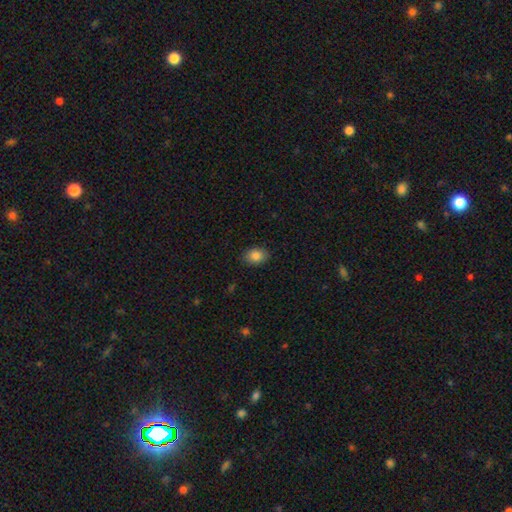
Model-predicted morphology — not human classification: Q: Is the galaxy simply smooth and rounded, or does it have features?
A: smooth — 85%.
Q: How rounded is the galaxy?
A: in between — 76%.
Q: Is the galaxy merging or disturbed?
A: none — 88%.